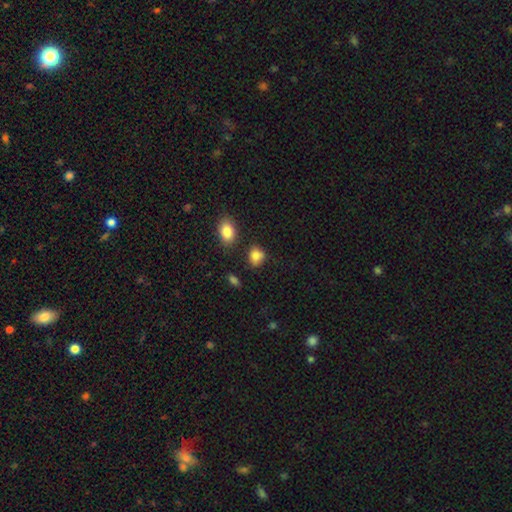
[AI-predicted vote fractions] This appears to be a smooth galaxy with no disk features (84%) that is in between round and cigar-shaped (52%). Merging: none (67%).